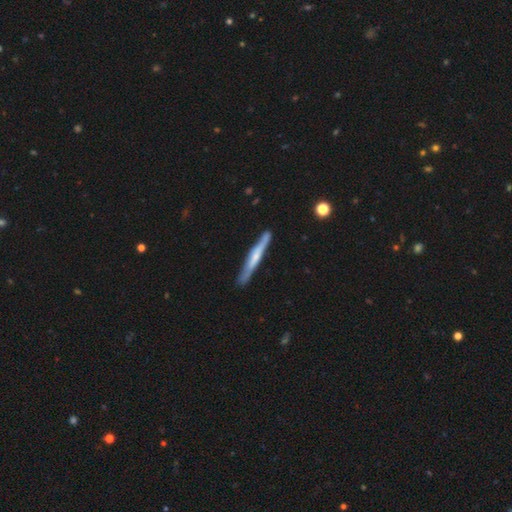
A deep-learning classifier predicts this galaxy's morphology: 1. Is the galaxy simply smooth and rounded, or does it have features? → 57% featured or disk, 38% smooth, 5% star or artifact.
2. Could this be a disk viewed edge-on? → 94% yes, 6% no.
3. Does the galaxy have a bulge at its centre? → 46% rounded, 40% none, 14% boxy.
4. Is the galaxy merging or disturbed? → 85% none, 11% minor disturbance, 2% major disturbance, 2% merger.